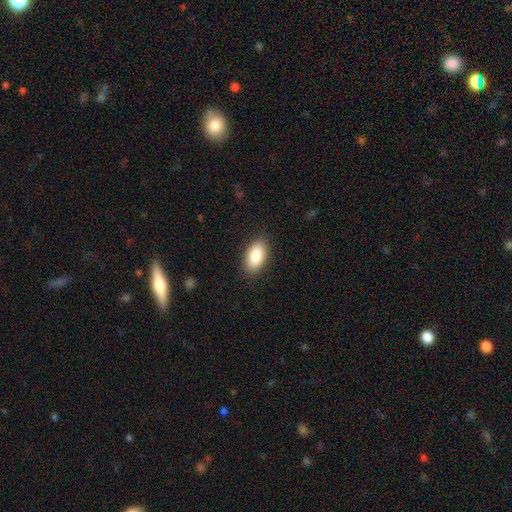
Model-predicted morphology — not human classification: Q: Smooth or featured?
A: smooth (88%); runner-up: star or artifact (6%)
Q: How rounded?
A: in between (94%); runner-up: round (3%)
Q: Merging?
A: none (88%); runner-up: minor disturbance (9%)